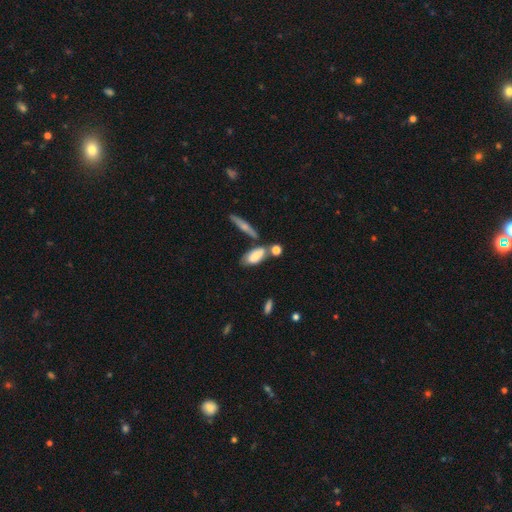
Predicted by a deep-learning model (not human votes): smooth 73%, featured or disk 19%, star or artifact 8%. Down the decision tree: how rounded — in between (80%); merging — none (50%).